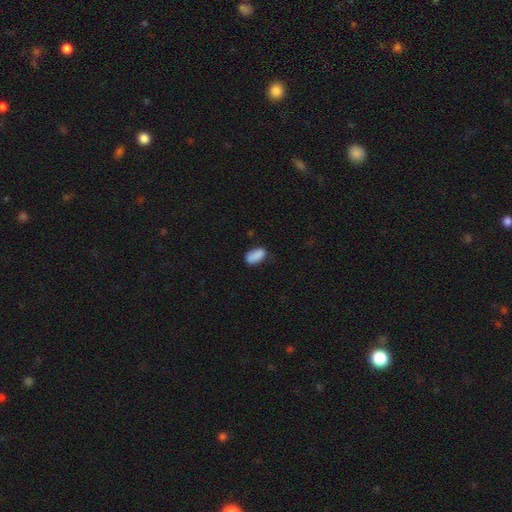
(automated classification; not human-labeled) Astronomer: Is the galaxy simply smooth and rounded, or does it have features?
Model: smooth — 87%.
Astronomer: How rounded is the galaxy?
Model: in between — 92%.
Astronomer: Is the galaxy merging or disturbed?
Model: none — 72%.